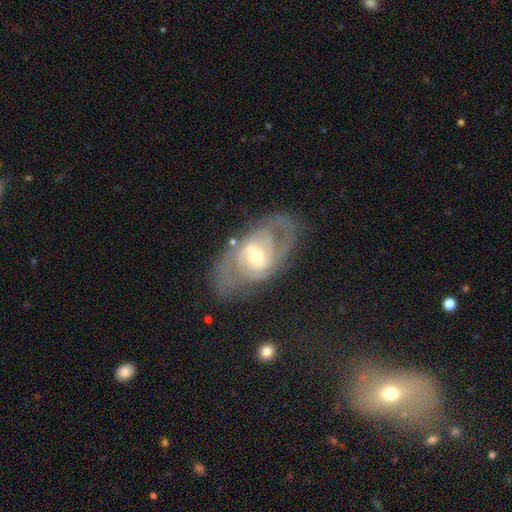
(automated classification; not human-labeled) Morphology: type=featured or disk (87%); edge-on=no (95%); bar=weak (49%); spiral arms=yes (93%); winding=tight (45%); arm count=2 (59%); bulge=moderate (60%); merging=none (69%).